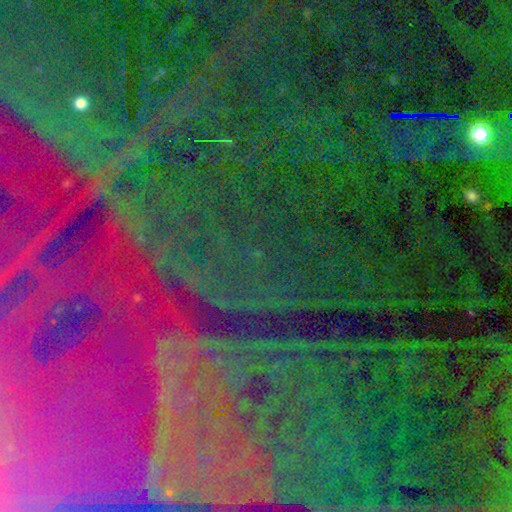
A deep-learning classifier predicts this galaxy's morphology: A star or artifact, not a galaxy (86%).